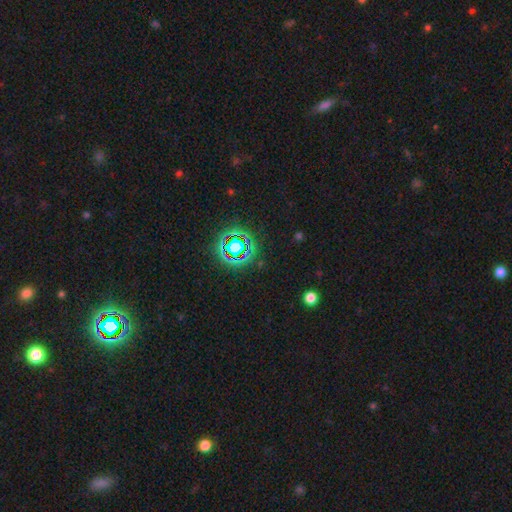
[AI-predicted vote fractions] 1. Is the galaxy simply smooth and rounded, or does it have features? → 76% star or artifact, 16% smooth, 8% featured or disk.